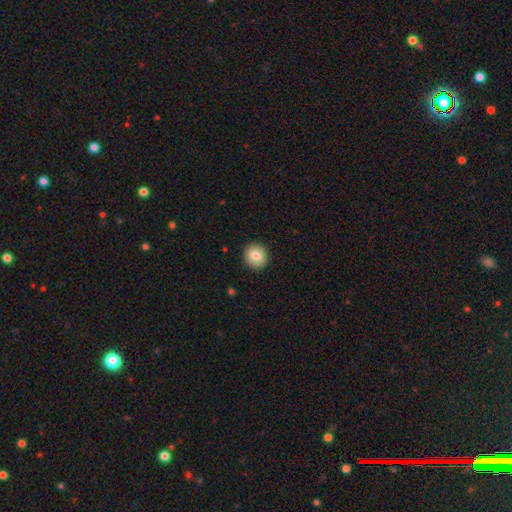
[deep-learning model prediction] Smooth or featured? smooth (83%)
How rounded? round (90%)
Merging? none (92%)